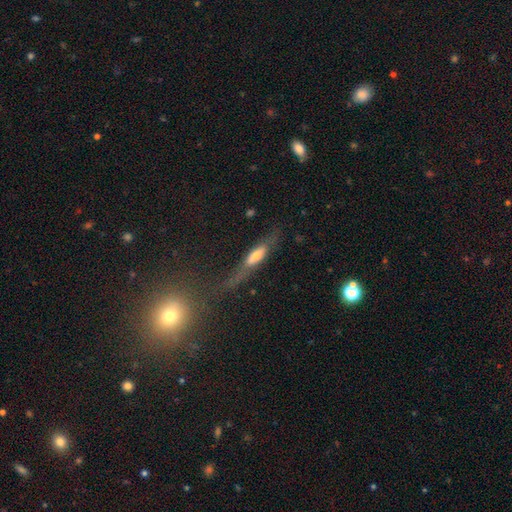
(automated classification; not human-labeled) Smooth or featured? Predicted: featured or disk (p=0.50). Merging? Predicted: none (p=0.44).